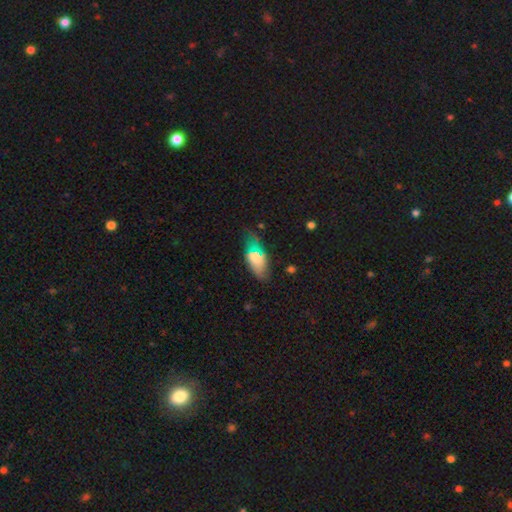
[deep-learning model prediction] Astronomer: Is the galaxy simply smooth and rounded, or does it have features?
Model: smooth — 64%.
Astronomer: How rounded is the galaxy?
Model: in between — 84%.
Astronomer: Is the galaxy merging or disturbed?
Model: none — 58%.